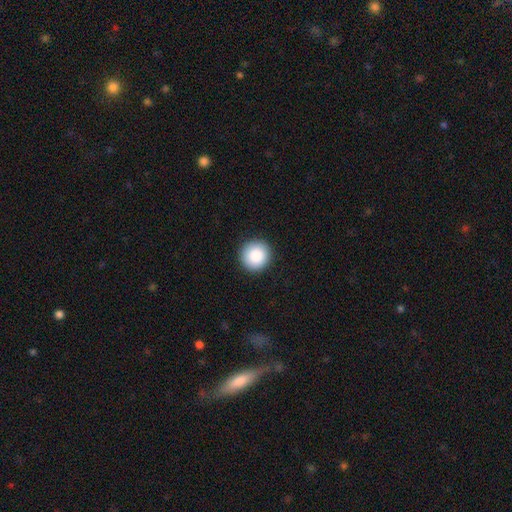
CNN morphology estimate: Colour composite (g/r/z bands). It shows a smooth galaxy with no disk features (87%) that is round (94%). Merging: none (92%).